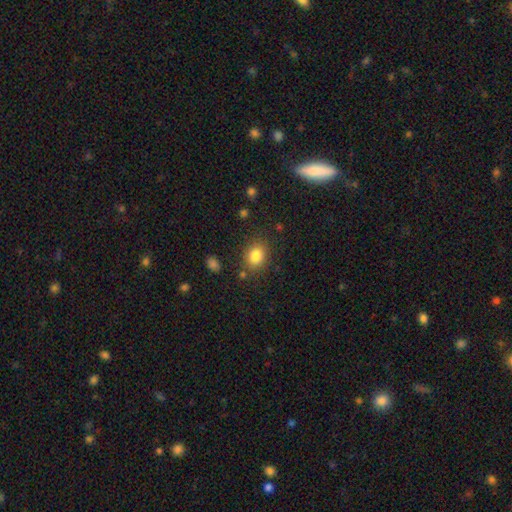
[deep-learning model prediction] Smooth or featured? Predicted: smooth (p=0.83). How rounded? Predicted: round (p=0.57). Merging? Predicted: none (p=0.81).